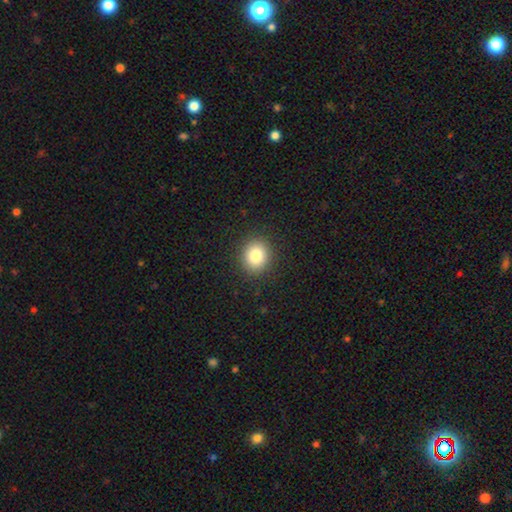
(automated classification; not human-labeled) Morphology: type=smooth (82%); roundness=round (78%); merging=none (90%).